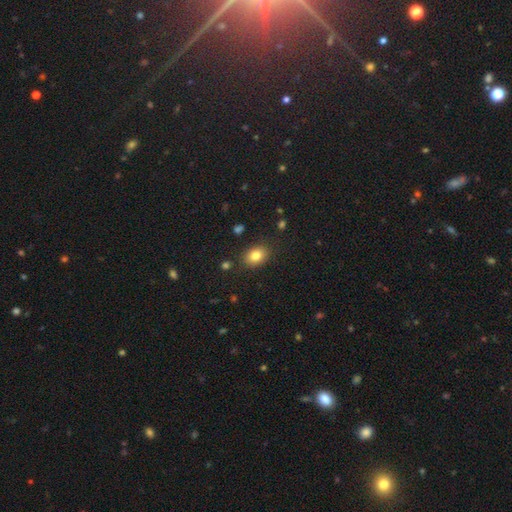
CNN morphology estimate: smooth_or_featured: smooth (p=0.82) [alt: star or artifact p=0.10]
how_rounded: in between (p=0.67) [alt: round p=0.32]
merging: none (p=0.85) [alt: minor disturbance p=0.10]